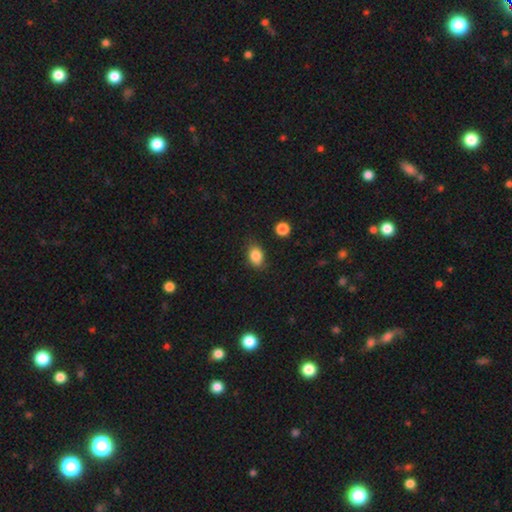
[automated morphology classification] A smooth galaxy with no disk features (85%) that is in between round and cigar-shaped (72%). Merging: none (79%).